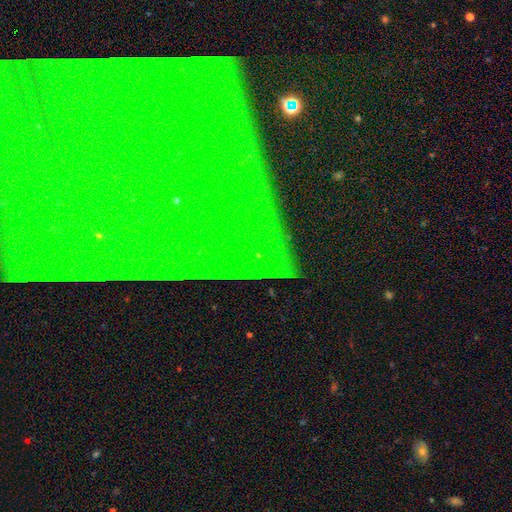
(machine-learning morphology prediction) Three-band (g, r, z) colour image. It shows a star or artifact, not a galaxy (82%).